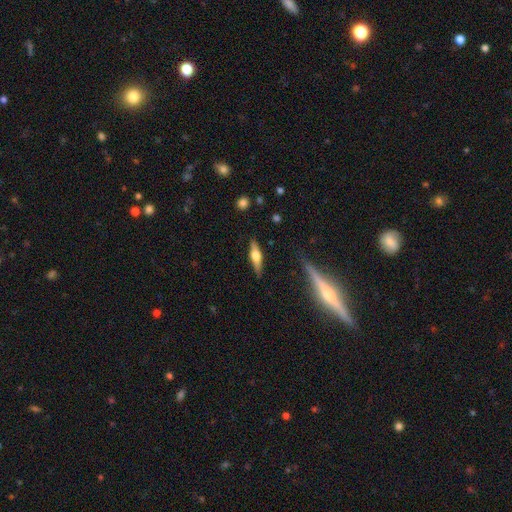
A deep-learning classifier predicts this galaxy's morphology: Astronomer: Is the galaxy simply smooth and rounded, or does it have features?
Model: featured or disk — 57% (runner-up: smooth, 37%).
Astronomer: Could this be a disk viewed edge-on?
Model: yes — 94%.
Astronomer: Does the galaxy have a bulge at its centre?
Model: rounded — 91%.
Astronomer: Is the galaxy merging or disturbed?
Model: none — 85%.